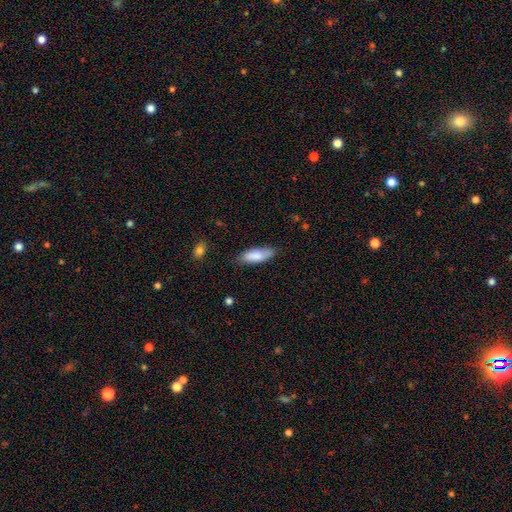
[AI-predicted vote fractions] smooth_or_featured: smooth (p=0.83) [alt: featured or disk p=0.11]
how_rounded: in between (p=0.69) [alt: cigar-shaped p=0.29]
merging: none (p=0.77) [alt: minor disturbance p=0.18]